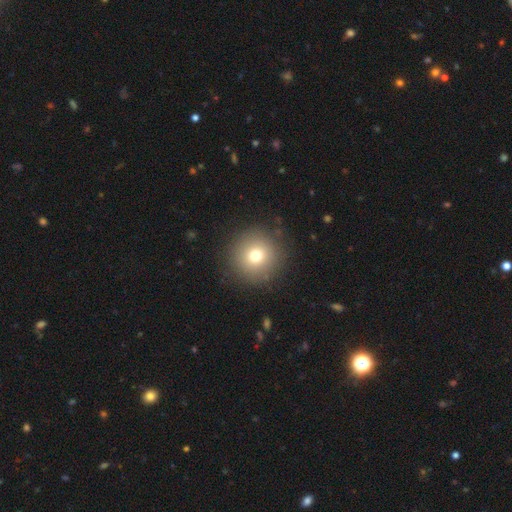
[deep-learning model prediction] A smooth galaxy with no disk features (74%) that is round (96%). Merging: none (90%).